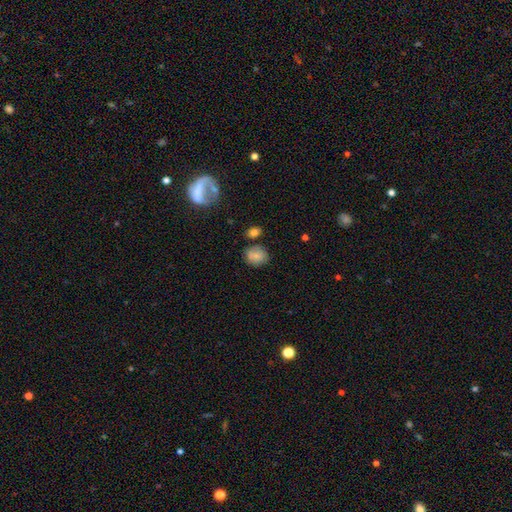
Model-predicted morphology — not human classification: Smooth or featured? smooth (77%)
How rounded? round (58%)
Merging? none (66%)